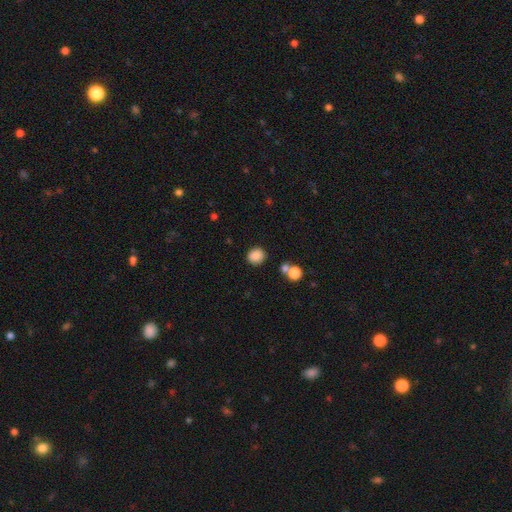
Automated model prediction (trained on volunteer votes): Overall: smooth (86%). How rounded: round (85%). Merging: none (83%).